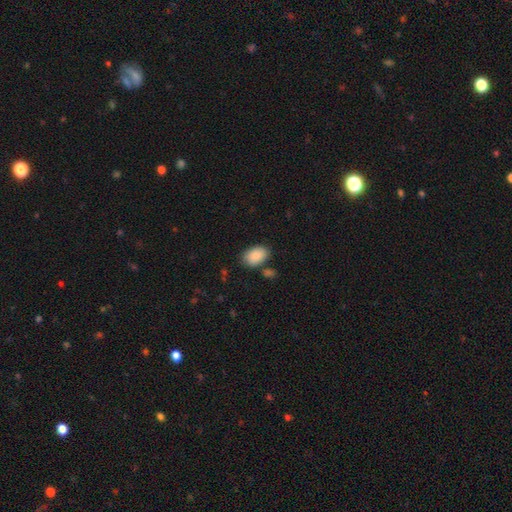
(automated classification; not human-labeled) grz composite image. It shows a smooth galaxy with no disk features (89%) that is in between round and cigar-shaped (88%). Merging: none (75%).